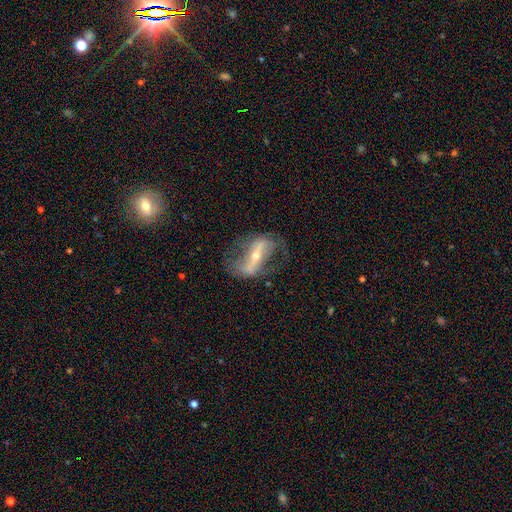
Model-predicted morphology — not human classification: Overall: featured or disk (84%). Edge-on disk: no (87%). Bar: strong (70%). Spiral arms: yes (81%). Spiral arm count: 2 (87%). Spiral winding: loose (60%; medium 30%). Bulge size: small (60%; moderate 35%). Merging: none (64%).